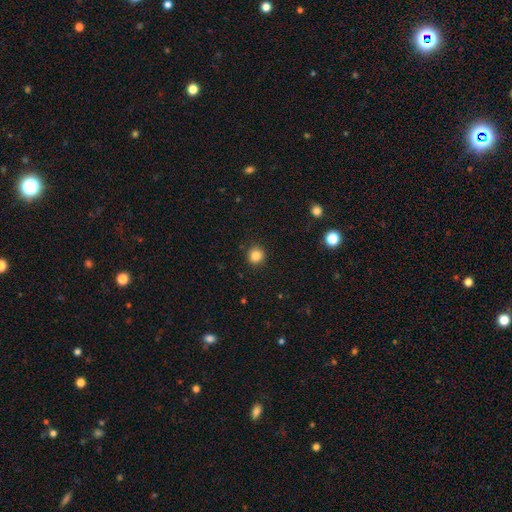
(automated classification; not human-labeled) smooth-or-featured: smooth: 85% | star or artifact: 11% | featured or disk: 4%
  how-rounded: round: 90% | in between: 9% | cigar-shaped: 1%
  merging: none: 89% | minor disturbance: 7% | major disturbance: 2% | merger: 1%